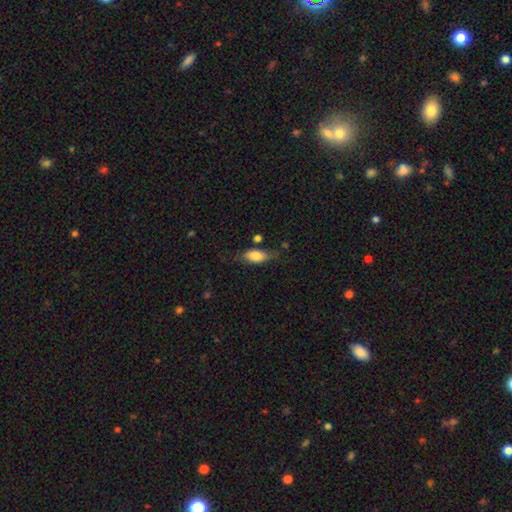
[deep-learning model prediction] Smooth or featured: smooth — 78% (featured or disk — 15%)
How rounded: in between — 81% (cigar-shaped — 16%)
Merging: none — 64% (minor disturbance — 24%)